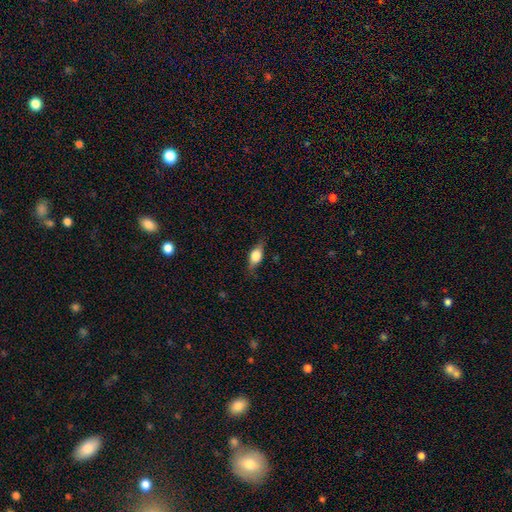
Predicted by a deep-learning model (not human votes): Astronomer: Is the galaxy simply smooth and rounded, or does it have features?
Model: smooth — 60%.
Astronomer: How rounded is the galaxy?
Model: in between — 74%.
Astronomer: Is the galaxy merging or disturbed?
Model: none — 77%.